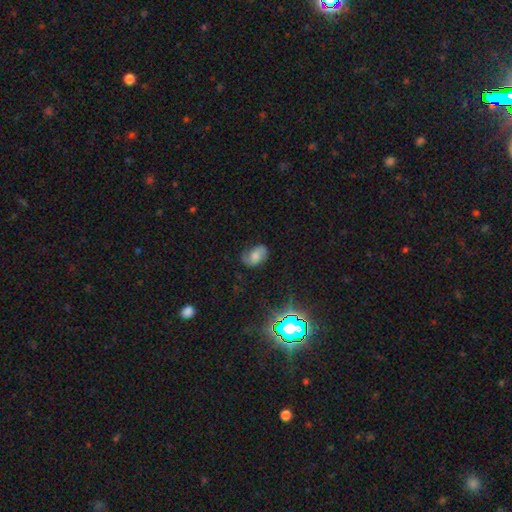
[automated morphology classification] Smooth or featured: smooth — 52% (featured or disk — 34%)
How rounded: in between — 83% (round — 16%)
Merging: none — 61% (minor disturbance — 27%)